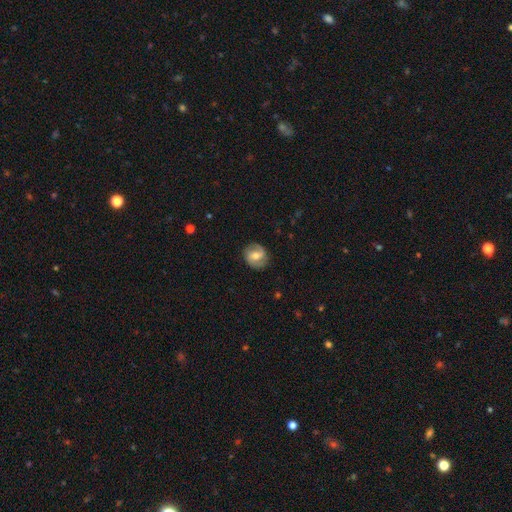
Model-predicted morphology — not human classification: Q: Smooth or featured?
A: featured or disk (61%); runner-up: smooth (32%)
Q: Edge-on disk?
A: no (97%); runner-up: yes (3%)
Q: Bar?
A: weak (47%); runner-up: no (33%)
Q: Spiral arms?
A: yes (85%); runner-up: no (15%)
Q: Spiral winding?
A: medium (45%); runner-up: tight (36%)
Q: Spiral arm count?
A: 2 (86%); runner-up: can't tell (8%)
Q: Bulge size?
A: moderate (68%); runner-up: small (23%)
Q: Merging?
A: none (84%); runner-up: minor disturbance (12%)